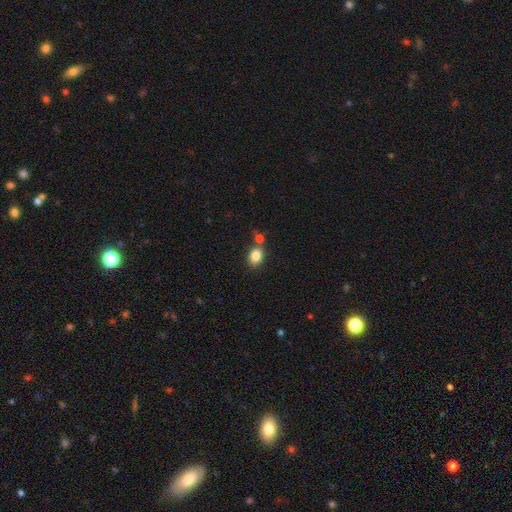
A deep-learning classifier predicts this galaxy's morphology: smooth 84%, star or artifact 10%, featured or disk 6%. Down the decision tree: how rounded — in between (68%); merging — none (70%).